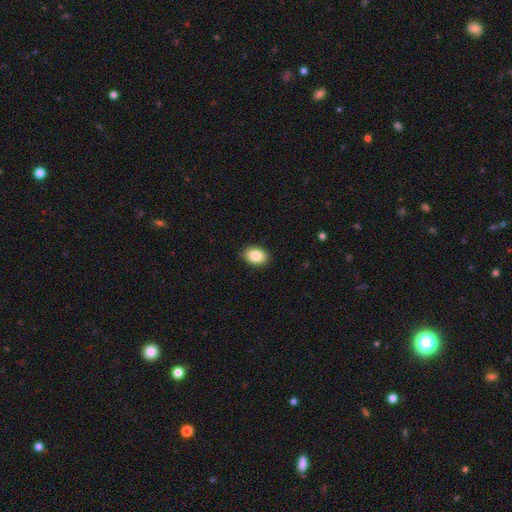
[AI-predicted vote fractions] A smooth galaxy with no disk features (86%) that is in between round and cigar-shaped (81%). Merging: none (89%).